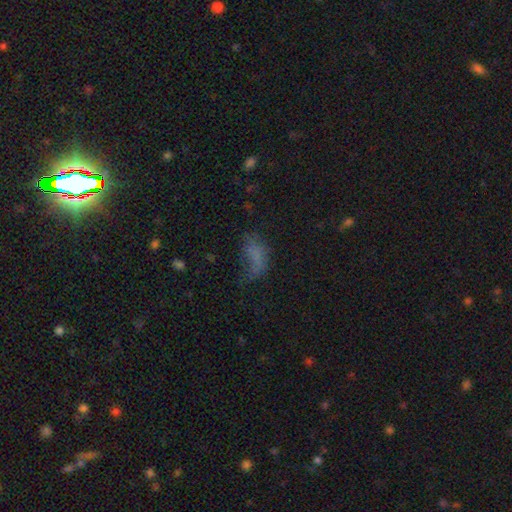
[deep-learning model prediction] This appears to be a smooth galaxy with no disk features (56%) that is in between round and cigar-shaped (85%). Merging: major disturbance (42%).